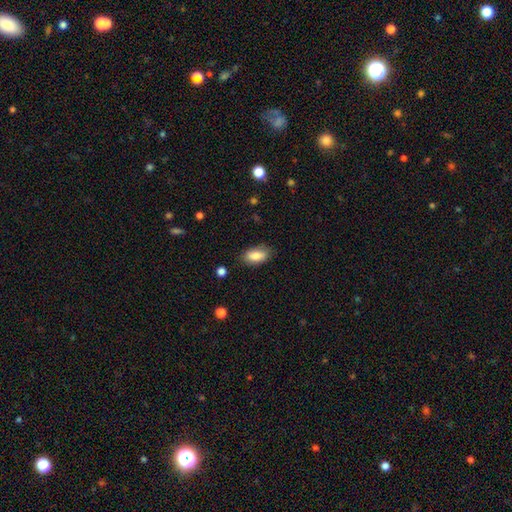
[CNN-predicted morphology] Smooth or featured: smooth — 84% (featured or disk — 9%)
How rounded: in between — 90% (cigar-shaped — 5%)
Merging: none — 83% (minor disturbance — 13%)